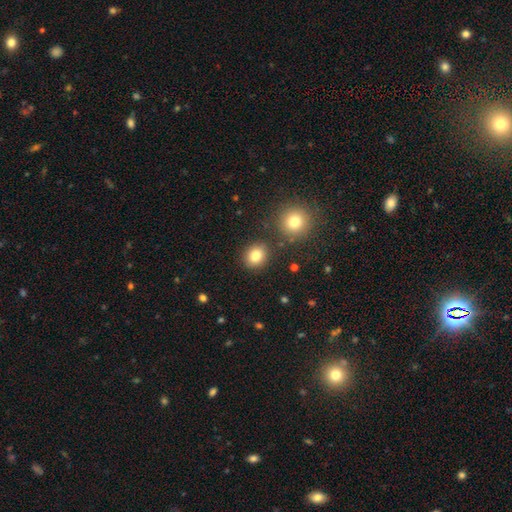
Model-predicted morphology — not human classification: type=smooth (81%); roundness=round (74%); merging=none (84%).